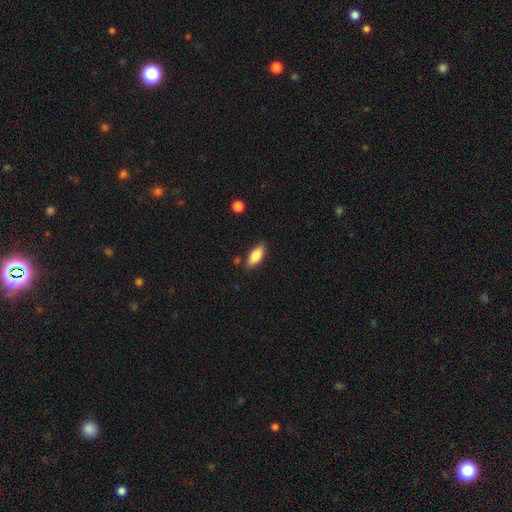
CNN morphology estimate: A smooth galaxy with no disk features (80%) that is in between round and cigar-shaped (83%).

Vote fractions:
- Smooth or featured? smooth: 80% / featured or disk: 14% / star or artifact: 7%
- How rounded? in between: 83% / cigar-shaped: 15% / round: 2%
- Merging? none: 81% / minor disturbance: 13% / major disturbance: 3% / merger: 3%